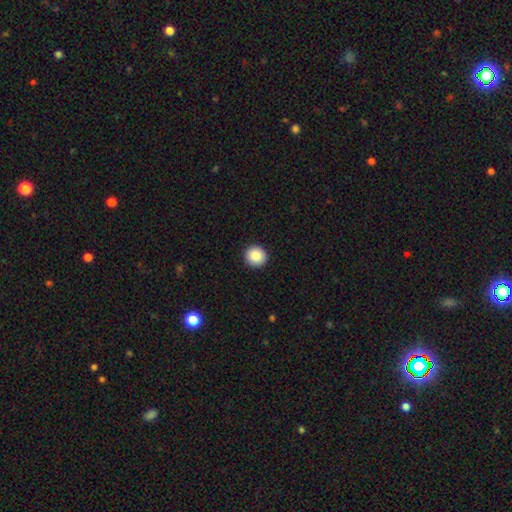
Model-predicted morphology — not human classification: smooth_or_featured: smooth (p=0.87) [alt: star or artifact p=0.09]
how_rounded: round (p=0.94) [alt: in between p=0.05]
merging: none (p=0.93) [alt: minor disturbance p=0.05]